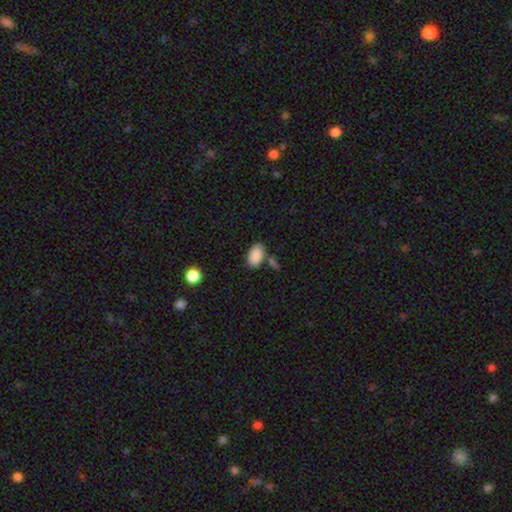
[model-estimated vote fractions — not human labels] Smooth or featured? Predicted: smooth (p=0.88). How rounded? Predicted: in between (p=0.93). Merging? Predicted: none (p=0.69).